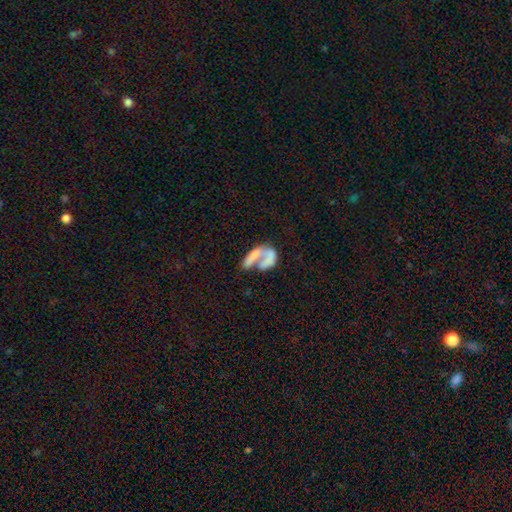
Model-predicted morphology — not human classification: A featured or disk galaxy (47%).

Vote fractions:
- Smooth or featured? featured or disk: 47% / smooth: 43% / star or artifact: 10%
- Merging? merger: 38% / major disturbance: 30% / none: 22% / minor disturbance: 11%